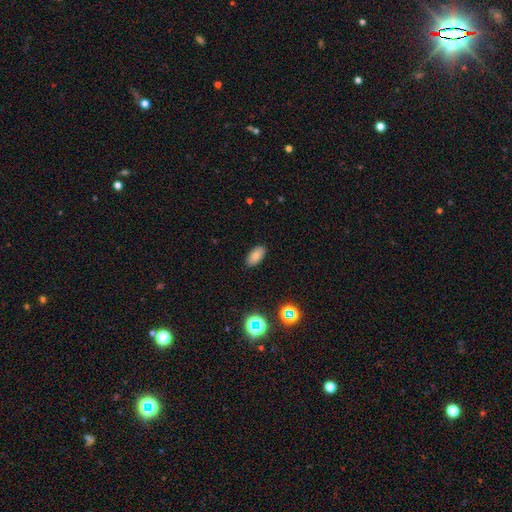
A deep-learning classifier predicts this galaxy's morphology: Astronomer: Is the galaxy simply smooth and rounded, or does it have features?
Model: smooth — 79%.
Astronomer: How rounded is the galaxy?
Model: in between — 93%.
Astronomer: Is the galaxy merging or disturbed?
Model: none — 88%.